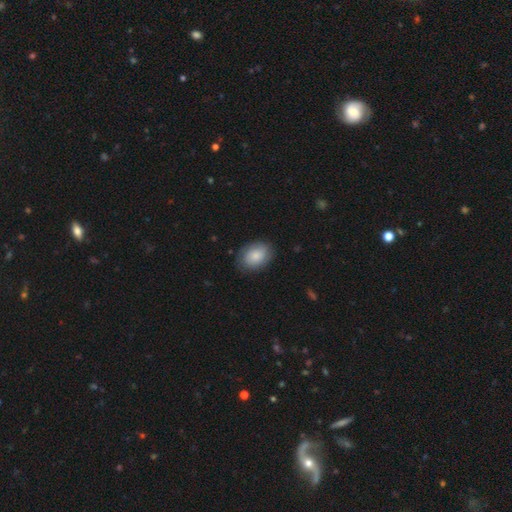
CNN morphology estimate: A smooth galaxy with no disk features (79%) that is in between round and cigar-shaped (72%).

Vote fractions:
- Smooth or featured? smooth: 79% / featured or disk: 14% / star or artifact: 7%
- How rounded? in between: 72% / round: 27% / cigar-shaped: 1%
- Merging? none: 80% / minor disturbance: 15% / major disturbance: 4% / merger: 1%